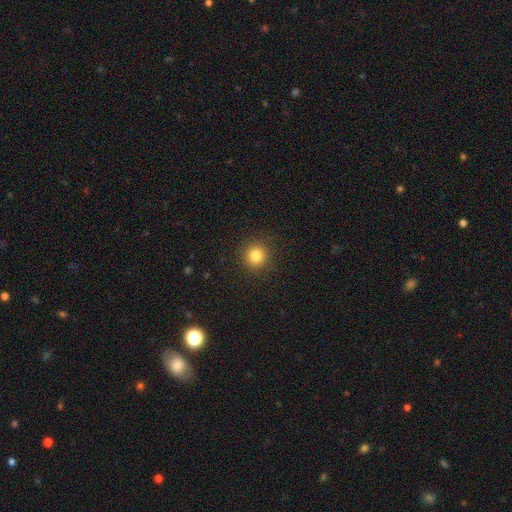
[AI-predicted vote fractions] This appears to be a smooth galaxy with no disk features (82%) that is round (93%). Merging: none (91%).